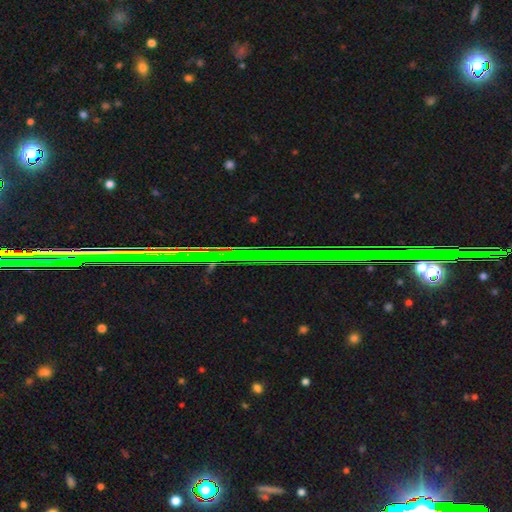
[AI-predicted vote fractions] This is likely a star or artifact rather than a galaxy (79%).